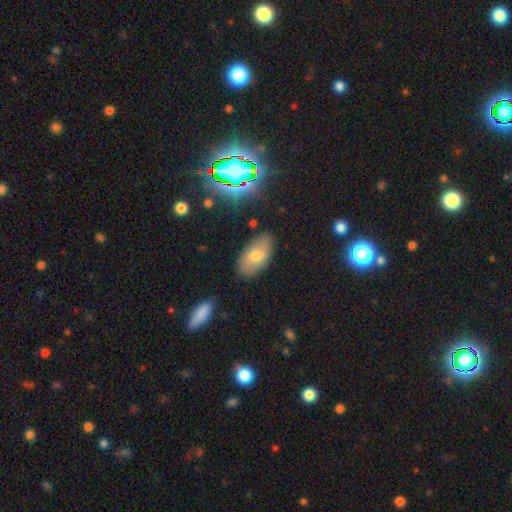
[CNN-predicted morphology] This appears to be a smooth galaxy with no disk features (69%) that is in between round and cigar-shaped (93%). Merging: none (80%).